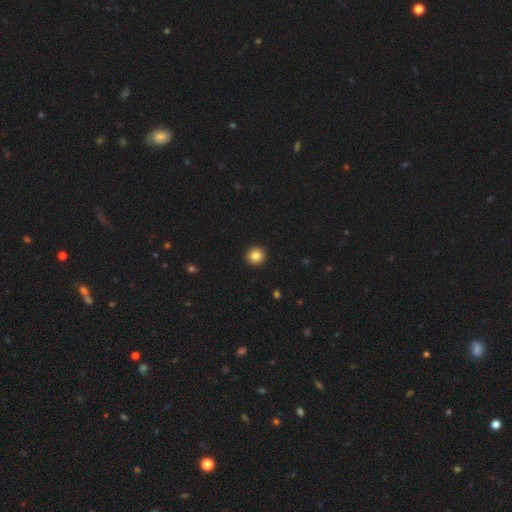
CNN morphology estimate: Smooth or featured?
  - smooth: 85% *
  - star or artifact: 10%
  - featured or disk: 5%
How rounded?
  - round: 95% *
  - in between: 4%
  - cigar-shaped: 1%
Merging?
  - none: 94% *
  - minor disturbance: 4%
  - major disturbance: 1%
  - merger: 1%